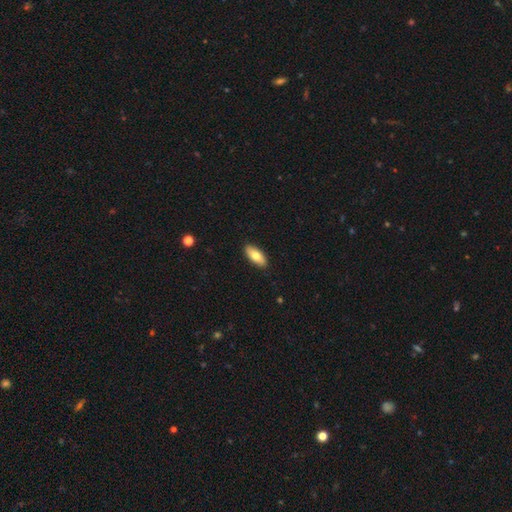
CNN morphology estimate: A smooth galaxy with no disk features (76%) that is in between round and cigar-shaped (85%). Merging: none (90%).